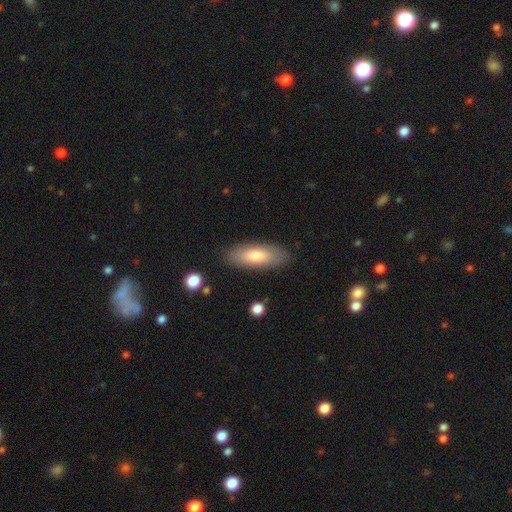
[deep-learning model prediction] smooth_or_featured: smooth (p=0.76) [alt: featured or disk p=0.18]
how_rounded: in between (p=0.71) [alt: cigar-shaped p=0.27]
merging: none (p=0.86) [alt: minor disturbance p=0.10]